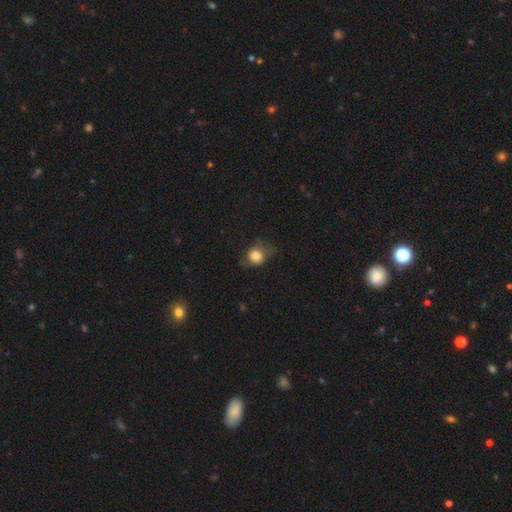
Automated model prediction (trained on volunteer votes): This is likely a smooth galaxy (77%). How rounded: likely round (76%). Merging: possibly none (53%).